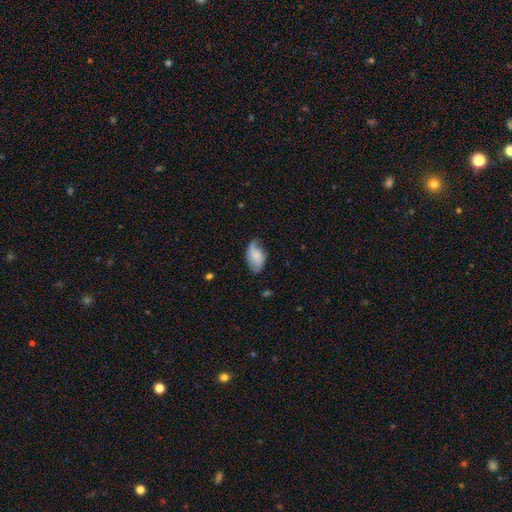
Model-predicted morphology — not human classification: Smooth or featured: smooth — 58% (featured or disk — 35%)
How rounded: in between — 93% (round — 6%)
Merging: none — 54% (minor disturbance — 33%)